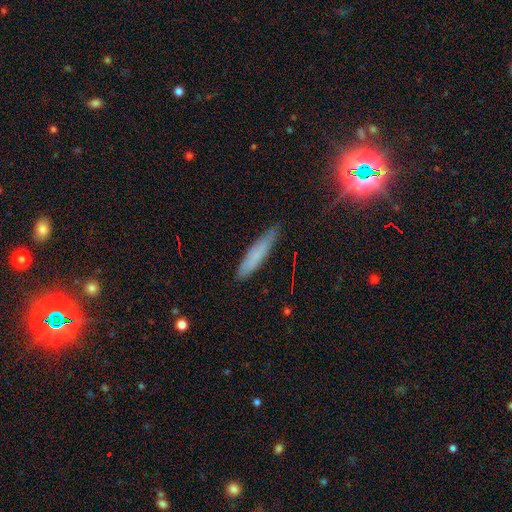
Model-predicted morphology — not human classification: smooth_or_featured: smooth (p=0.67) [alt: featured or disk p=0.23]
how_rounded: cigar-shaped (p=0.88) [alt: in between p=0.11]
merging: none (p=0.81) [alt: minor disturbance p=0.15]